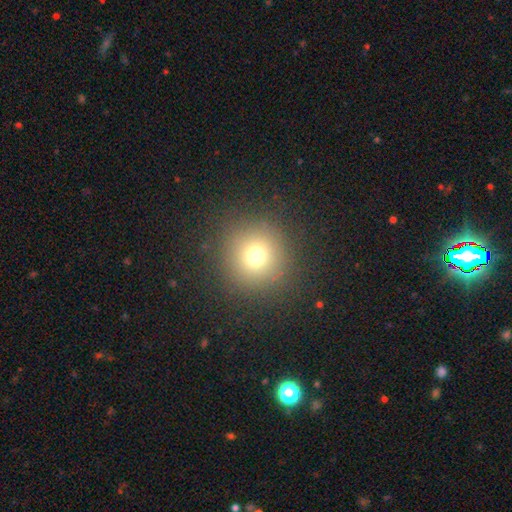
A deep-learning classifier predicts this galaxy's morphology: Smooth or featured: smooth — 72% (star or artifact — 18%)
How rounded: round — 95% (in between — 4%)
Merging: none — 90% (minor disturbance — 6%)